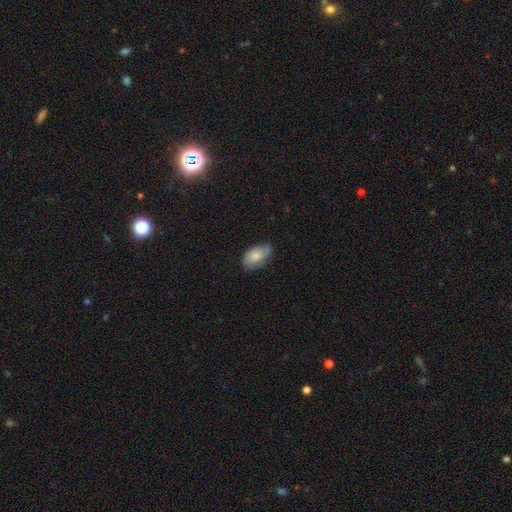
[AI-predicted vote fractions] Smooth or featured?
  - smooth: 67% *
  - featured or disk: 26%
  - star or artifact: 7%
How rounded?
  - in between: 93% *
  - round: 5%
  - cigar-shaped: 2%
Merging?
  - none: 69% *
  - minor disturbance: 25%
  - major disturbance: 5%
  - merger: 1%